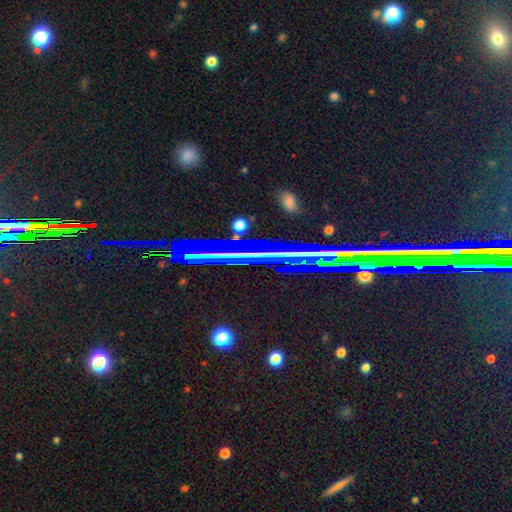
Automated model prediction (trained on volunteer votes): smooth_or_featured: star or artifact (p=0.72) [alt: featured or disk p=0.17]